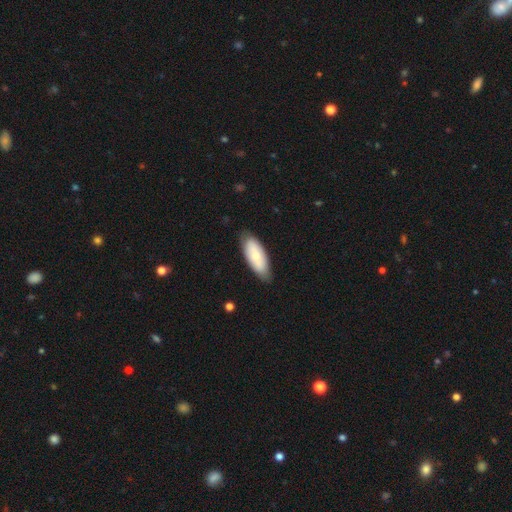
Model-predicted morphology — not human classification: Smooth or featured? smooth (68%)
How rounded? in between (82%)
Merging? none (77%)